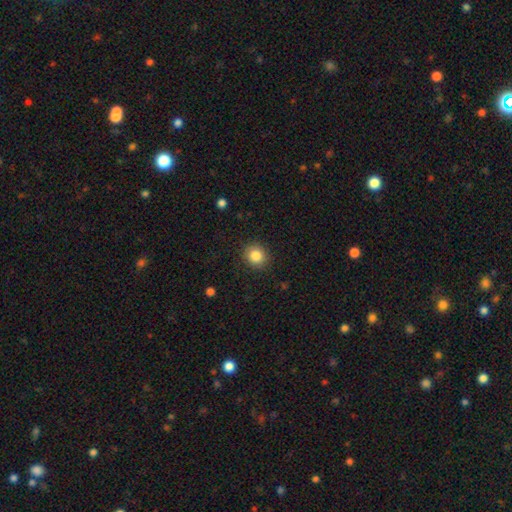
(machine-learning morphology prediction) A smooth galaxy with no disk features (84%) that is round (86%). Merging: none (89%).